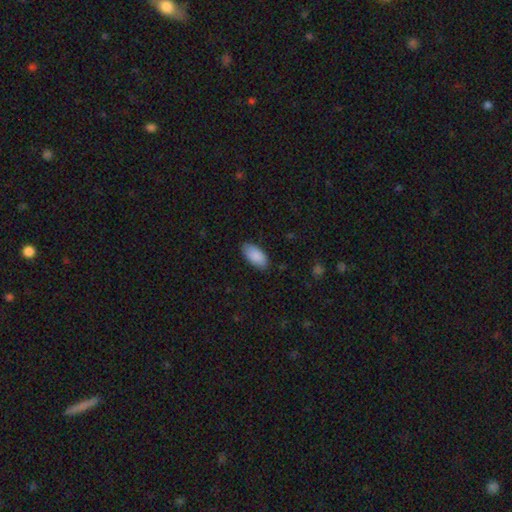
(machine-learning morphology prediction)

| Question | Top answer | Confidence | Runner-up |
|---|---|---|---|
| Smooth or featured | smooth | 89% | star or artifact (6%) |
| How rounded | in between | 94% | cigar-shaped (4%) |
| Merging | none | 85% | minor disturbance (12%) |